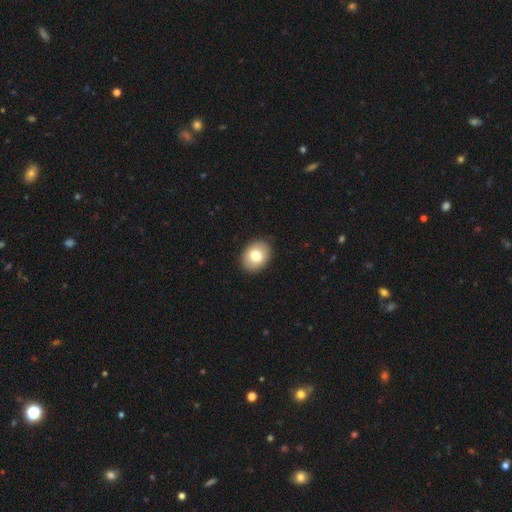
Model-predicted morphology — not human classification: This is likely a smooth galaxy (78%). How rounded: possibly in between (57%). Merging: clearly none (90%).